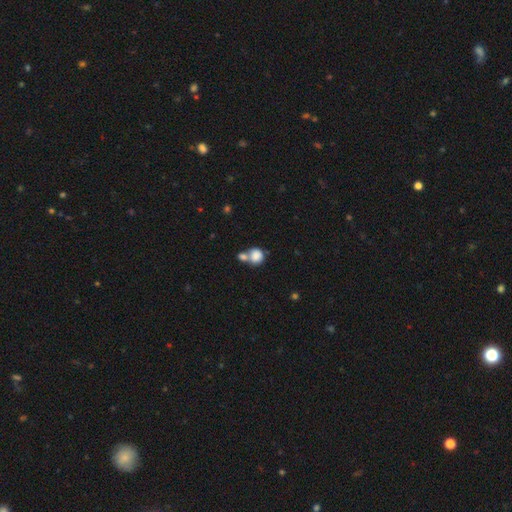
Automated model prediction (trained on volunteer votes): Overall: smooth (83%). How rounded: round (79%). Merging: merger (52%; none 35%).